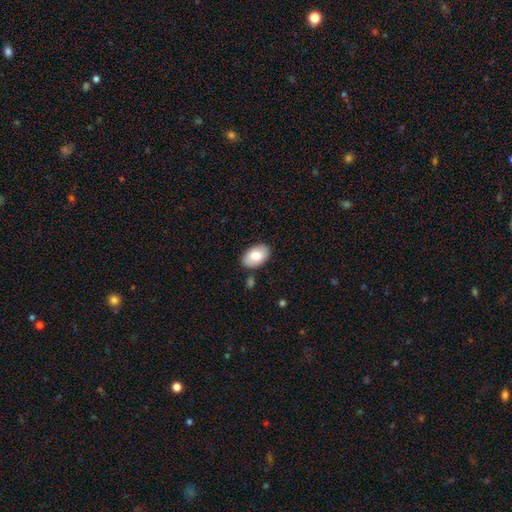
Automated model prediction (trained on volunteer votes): smooth_or_featured: smooth (p=0.79) [alt: featured or disk p=0.15]
how_rounded: in between (p=0.93) [alt: round p=0.06]
merging: none (p=0.83) [alt: minor disturbance p=0.11]